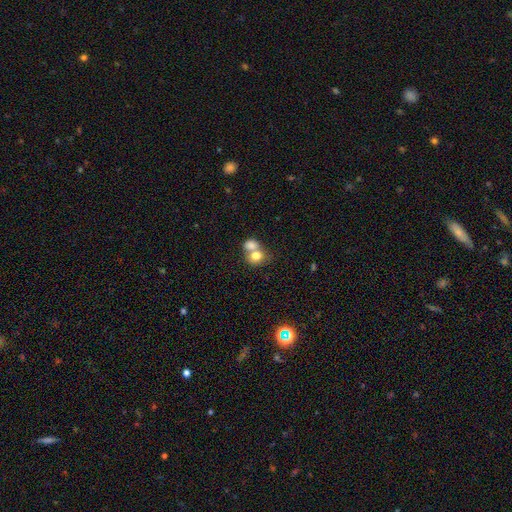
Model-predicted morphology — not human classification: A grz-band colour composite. It shows a smooth galaxy with no disk features (76%) that is round (57%). Merging: merger (65%).